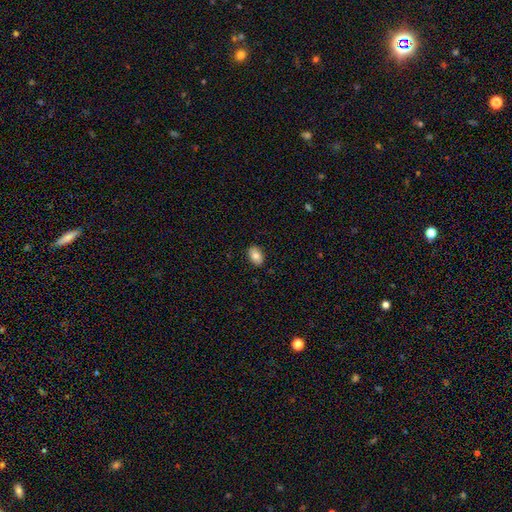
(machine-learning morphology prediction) This is clearly a smooth galaxy (82%). How rounded: clearly in between (87%). Merging: clearly none (89%).